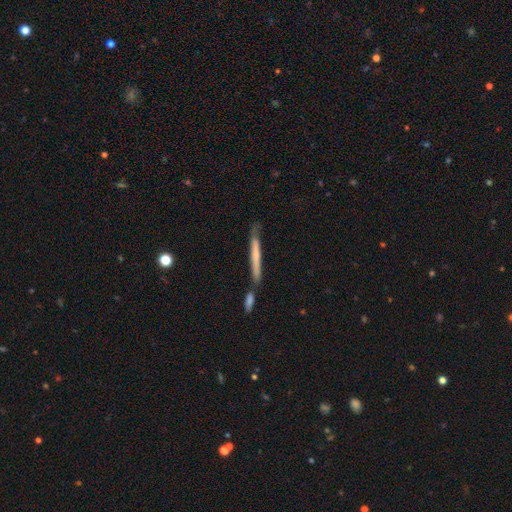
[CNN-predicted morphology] Smooth or featured?
  - smooth: 53% *
  - featured or disk: 41%
  - star or artifact: 6%
How rounded?
  - cigar-shaped: 96% *
  - in between: 3%
  - round: 1%
Merging?
  - none: 62% *
  - merger: 18%
  - minor disturbance: 16%
  - major disturbance: 4%